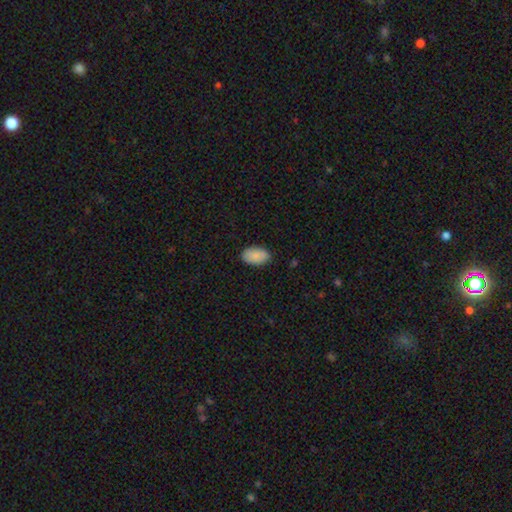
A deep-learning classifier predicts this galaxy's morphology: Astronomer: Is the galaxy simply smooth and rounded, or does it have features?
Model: smooth — 88%.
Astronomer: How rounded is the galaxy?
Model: in between — 93%.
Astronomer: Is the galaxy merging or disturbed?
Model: none — 87%.